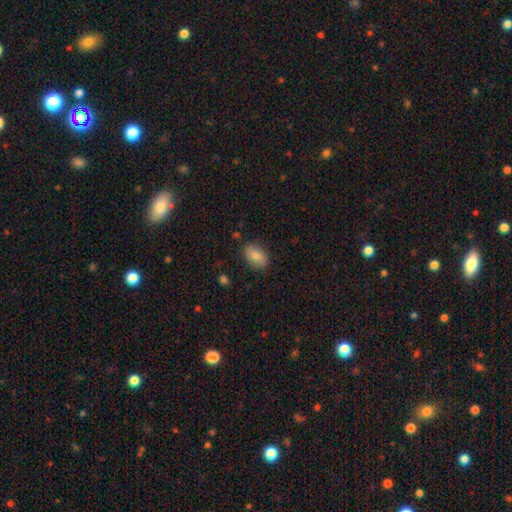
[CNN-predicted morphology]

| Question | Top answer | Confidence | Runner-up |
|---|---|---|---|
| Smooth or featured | smooth | 83% | featured or disk (10%) |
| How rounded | in between | 87% | round (11%) |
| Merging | none | 85% | minor disturbance (11%) |